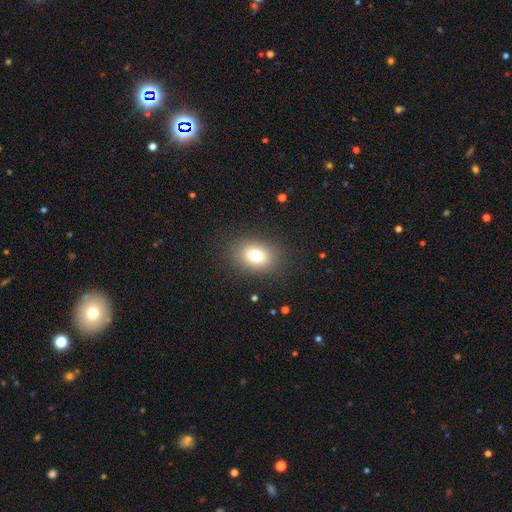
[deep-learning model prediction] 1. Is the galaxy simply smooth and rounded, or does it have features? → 76% smooth, 12% star or artifact, 11% featured or disk.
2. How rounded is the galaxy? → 71% in between, 28% round, 1% cigar-shaped.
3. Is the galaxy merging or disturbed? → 85% none, 9% minor disturbance, 4% major disturbance, 1% merger.